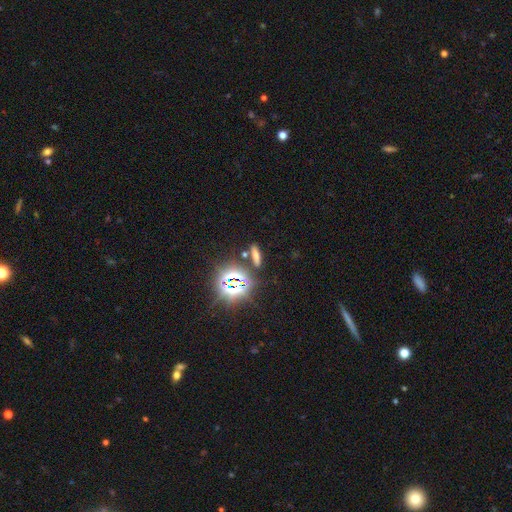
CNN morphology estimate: The model was most divided on "smooth or featured": smooth: 47%, star or artifact: 35%, featured or disk: 17%. More confident: merging — none (82%).